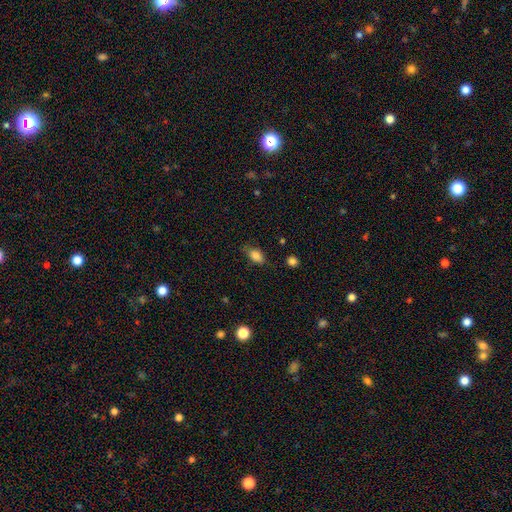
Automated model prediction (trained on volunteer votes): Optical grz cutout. It shows a smooth galaxy with no disk features (84%) that is in between round and cigar-shaped (86%). Merging: none (69%).